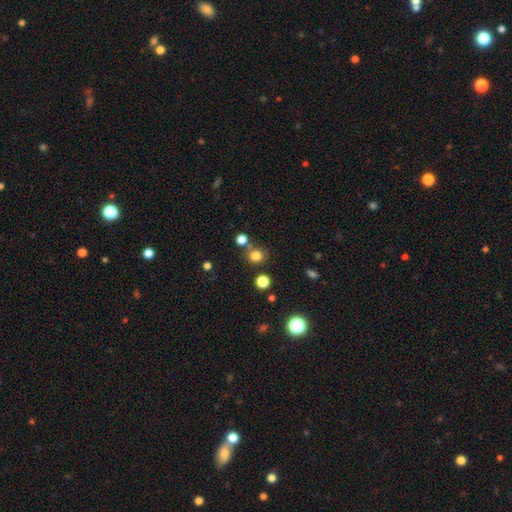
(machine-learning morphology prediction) Smooth or featured? smooth (78%)
How rounded? round (85%)
Merging? none (70%)